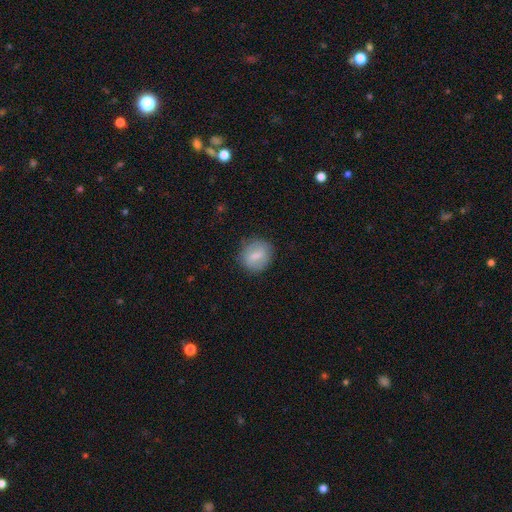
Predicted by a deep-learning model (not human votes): Q: Smooth or featured?
A: smooth (61%); runner-up: featured or disk (32%)
Q: How rounded?
A: round (80%); runner-up: in between (19%)
Q: Merging?
A: none (81%); runner-up: minor disturbance (13%)